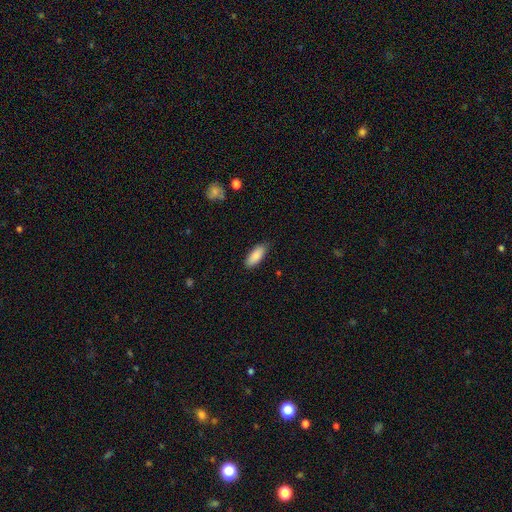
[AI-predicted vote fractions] Smooth or featured? Predicted: smooth (p=0.88). How rounded? Predicted: in between (p=0.81). Merging? Predicted: none (p=0.83).